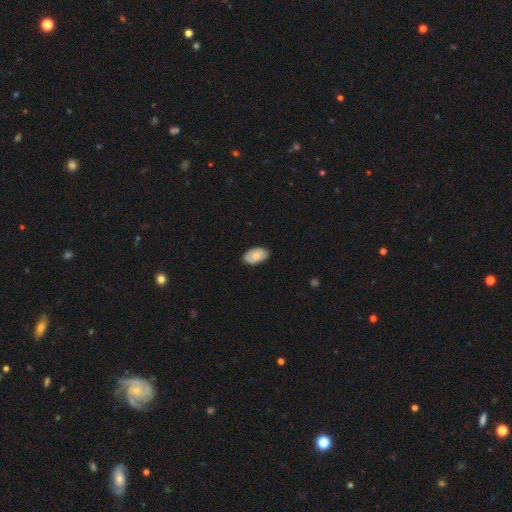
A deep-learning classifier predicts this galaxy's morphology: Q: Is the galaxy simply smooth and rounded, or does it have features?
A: smooth — 77%.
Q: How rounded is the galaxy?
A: in between — 94%.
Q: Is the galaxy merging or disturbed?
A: none — 83%.